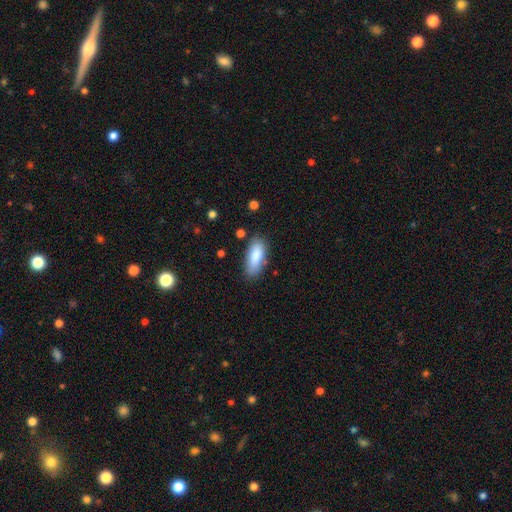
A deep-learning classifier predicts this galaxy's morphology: A smooth galaxy with no disk features (85%) that is in between round and cigar-shaped (80%). Merging: none (78%).